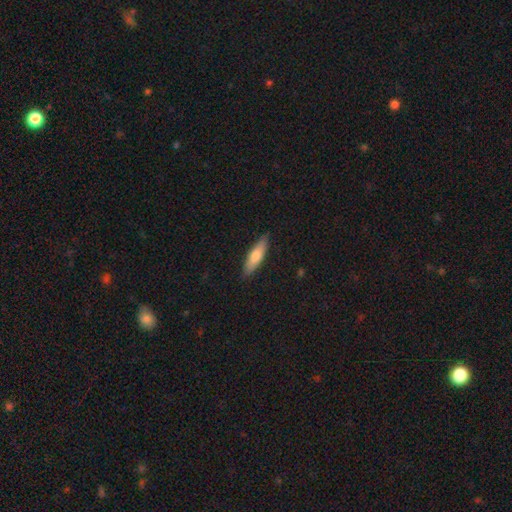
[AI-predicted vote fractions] Smooth or featured?
  - smooth: 68% *
  - featured or disk: 26%
  - star or artifact: 5%
How rounded?
  - cigar-shaped: 64% *
  - in between: 34%
  - round: 2%
Merging?
  - none: 88% *
  - minor disturbance: 9%
  - major disturbance: 2%
  - merger: 1%